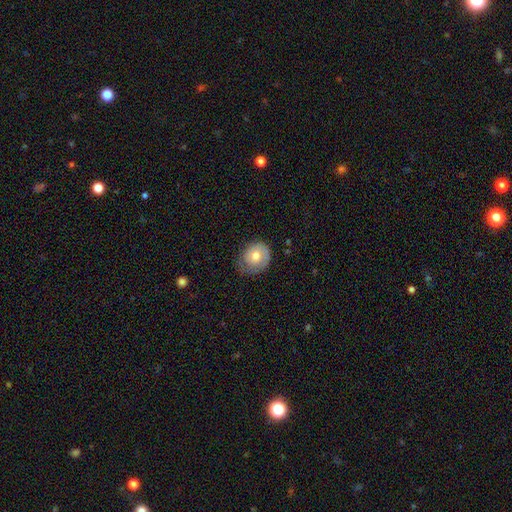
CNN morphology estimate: Overall: smooth (62%; featured or disk 31%). How rounded: round (71%). Merging: none (59%; minor disturbance 29%).